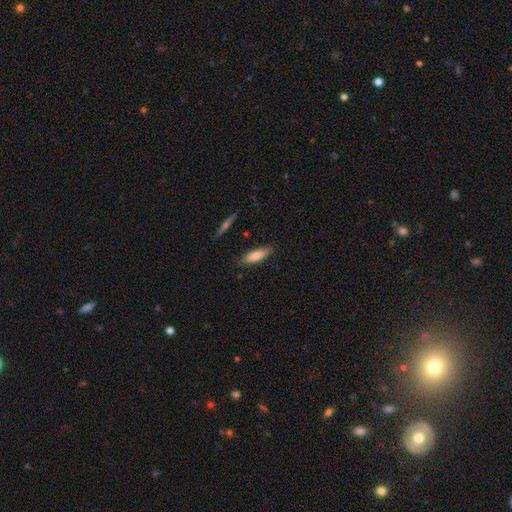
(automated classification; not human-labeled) A smooth galaxy with no disk features (79%) that is cigar-shaped (51%). Merging: none (83%).